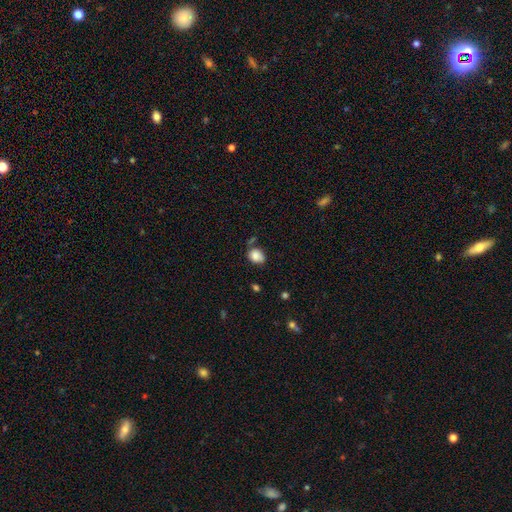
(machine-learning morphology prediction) smooth 83%, star or artifact 9%, featured or disk 7%. Down the decision tree: how rounded — in between (52%); merging — none (56%).